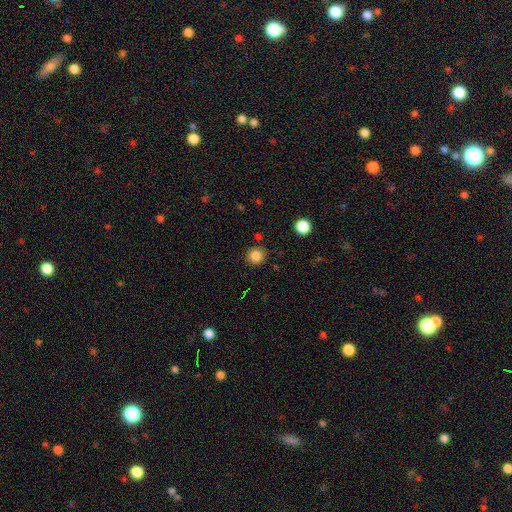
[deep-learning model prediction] Smooth or featured?
  - smooth: 84% *
  - star or artifact: 11%
  - featured or disk: 5%
How rounded?
  - round: 91% *
  - in between: 8%
  - cigar-shaped: 1%
Merging?
  - none: 86% *
  - minor disturbance: 9%
  - merger: 3%
  - major disturbance: 2%